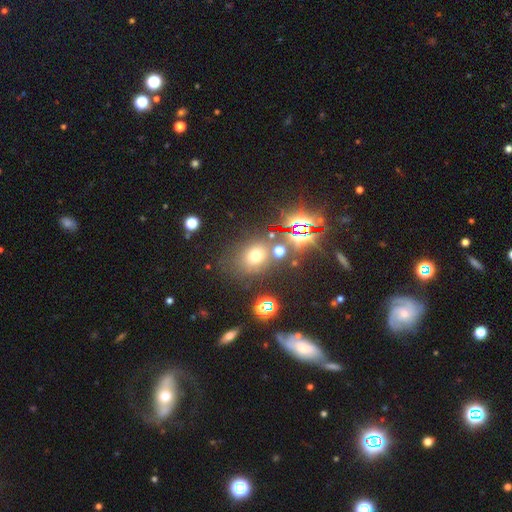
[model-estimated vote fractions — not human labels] smooth_or_featured: smooth (p=0.59) [alt: star or artifact p=0.30]
how_rounded: round (p=0.62) [alt: in between p=0.37]
merging: none (p=0.70) [alt: minor disturbance p=0.13]